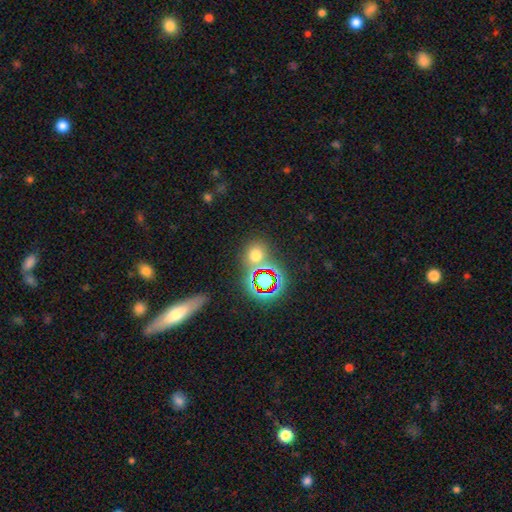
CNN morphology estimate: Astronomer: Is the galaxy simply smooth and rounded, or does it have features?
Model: smooth — 57% (runner-up: star or artifact, 34%).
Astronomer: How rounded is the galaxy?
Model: round — 74%.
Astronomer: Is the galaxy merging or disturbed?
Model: none — 71%.